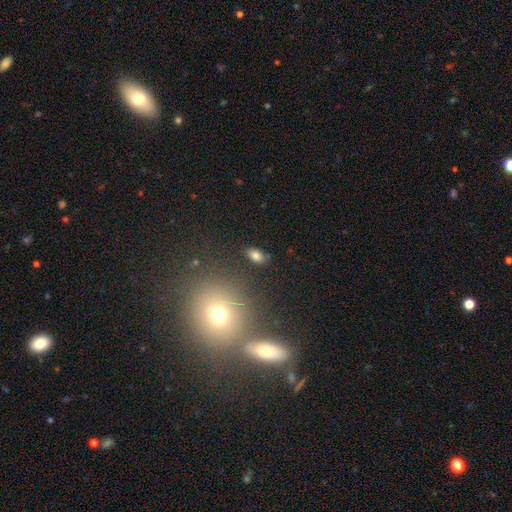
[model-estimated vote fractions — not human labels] Morphology: type=smooth (79%); roundness=in between (88%); merging=none (84%).